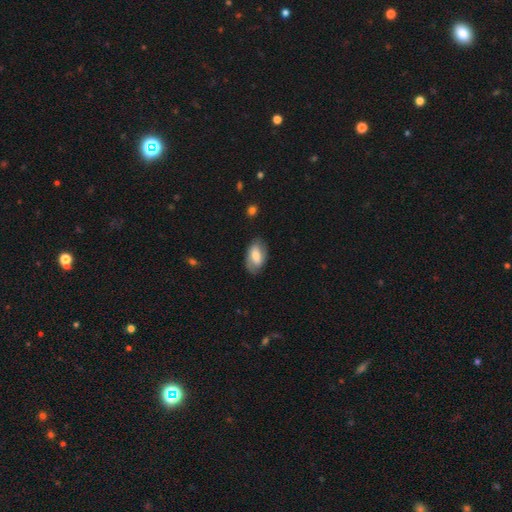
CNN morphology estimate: smooth 56%, featured or disk 37%, star or artifact 7%. Down the decision tree: how rounded — in between (92%); merging — none (76%).